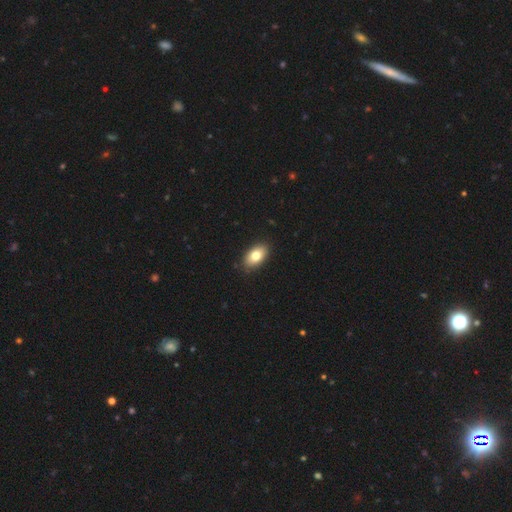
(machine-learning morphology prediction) Q: Smooth or featured?
A: smooth (80%); runner-up: featured or disk (13%)
Q: How rounded?
A: in between (92%); runner-up: round (6%)
Q: Merging?
A: none (88%); runner-up: minor disturbance (9%)